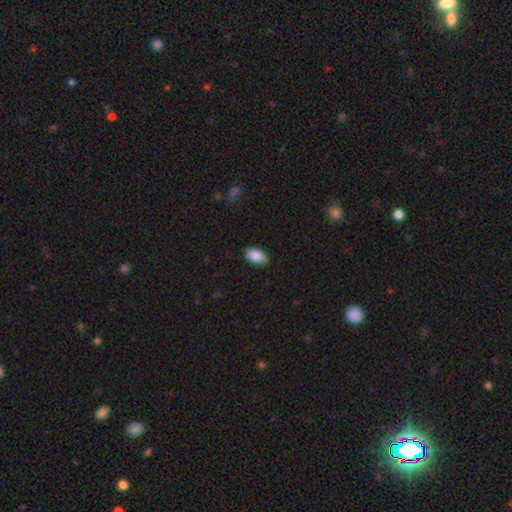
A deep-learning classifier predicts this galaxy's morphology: Smooth or featured? Predicted: smooth (p=0.88). How rounded? Predicted: in between (p=0.94). Merging? Predicted: none (p=0.83).